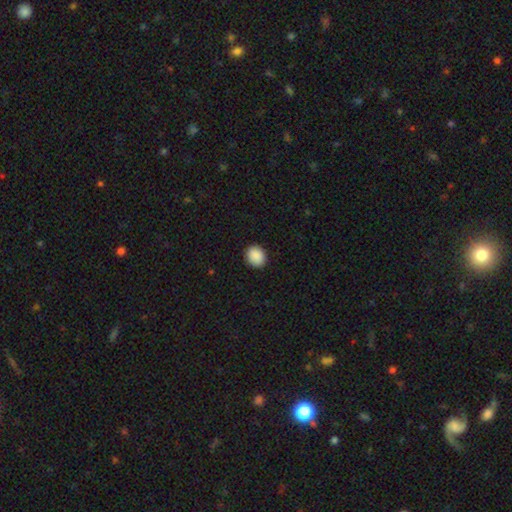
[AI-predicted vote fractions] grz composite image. It shows a smooth galaxy with no disk features (90%) that is round (64%). Merging: none (91%).